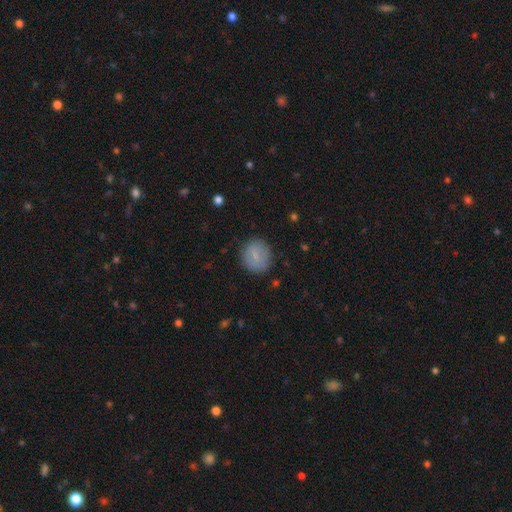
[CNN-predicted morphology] smooth_or_featured: smooth (p=0.73) [alt: featured or disk p=0.19]
how_rounded: round (p=0.70) [alt: in between p=0.29]
merging: none (p=0.84) [alt: minor disturbance p=0.11]